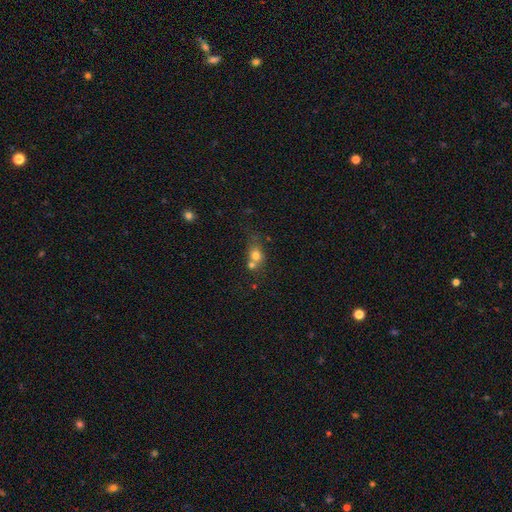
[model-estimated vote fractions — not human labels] smooth-or-featured: smooth: 72% | featured or disk: 15% | star or artifact: 13%
  how-rounded: round: 68% | in between: 30% | cigar-shaped: 2%
  merging: merger: 49% | none: 36% | minor disturbance: 10% | major disturbance: 5%